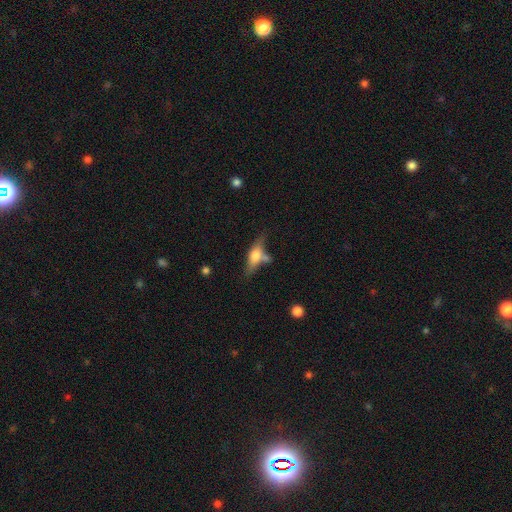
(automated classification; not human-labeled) Smooth or featured? Predicted: smooth (p=0.48). Merging? Predicted: none (p=0.53).